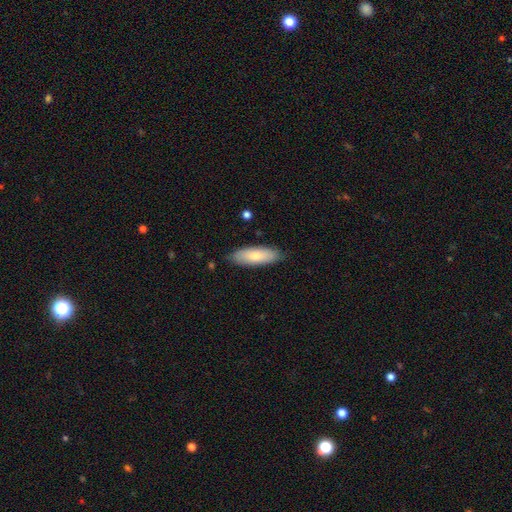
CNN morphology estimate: smooth-or-featured: smooth: 77% | featured or disk: 17% | star or artifact: 5%
  how-rounded: in between: 66% | cigar-shaped: 32% | round: 2%
  merging: none: 84% | minor disturbance: 13% | major disturbance: 2% | merger: 1%